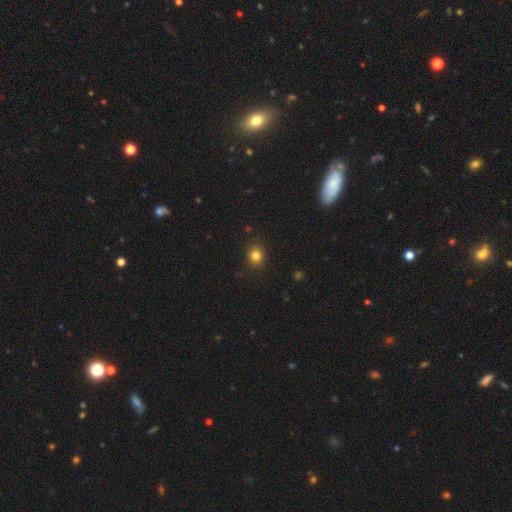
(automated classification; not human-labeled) Overall: smooth (82%). How rounded: round (73%). Merging: none (88%).